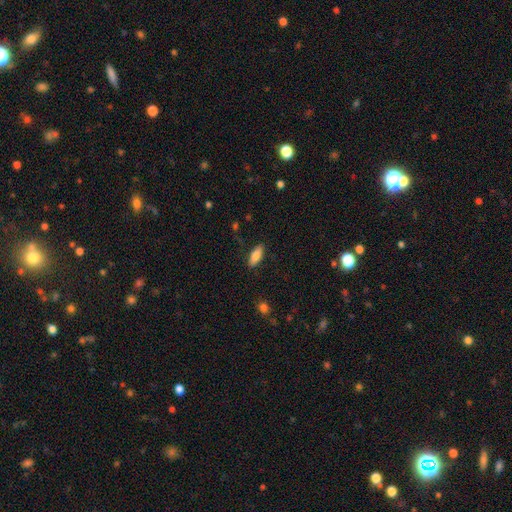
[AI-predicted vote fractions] Smooth or featured?
  - smooth: 82% *
  - featured or disk: 11%
  - star or artifact: 7%
How rounded?
  - in between: 77% *
  - cigar-shaped: 21%
  - round: 2%
Merging?
  - none: 87% *
  - minor disturbance: 10%
  - major disturbance: 2%
  - merger: 1%